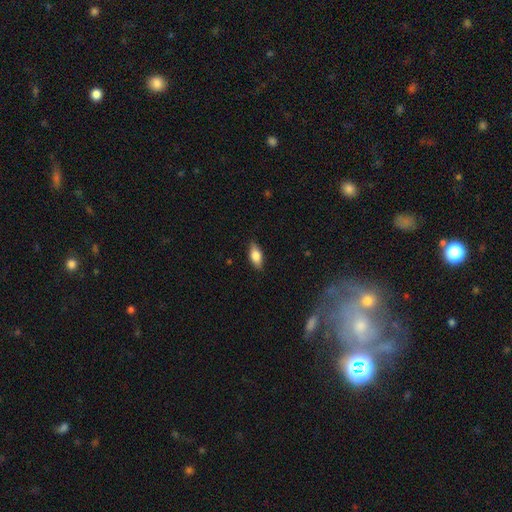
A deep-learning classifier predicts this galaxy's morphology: A smooth galaxy with no disk features (76%) that is in between round and cigar-shaped (84%).

Vote fractions:
- Smooth or featured? smooth: 76% / featured or disk: 18% / star or artifact: 7%
- How rounded? in between: 84% / cigar-shaped: 12% / round: 3%
- Merging? none: 85% / minor disturbance: 11% / major disturbance: 2% / merger: 1%